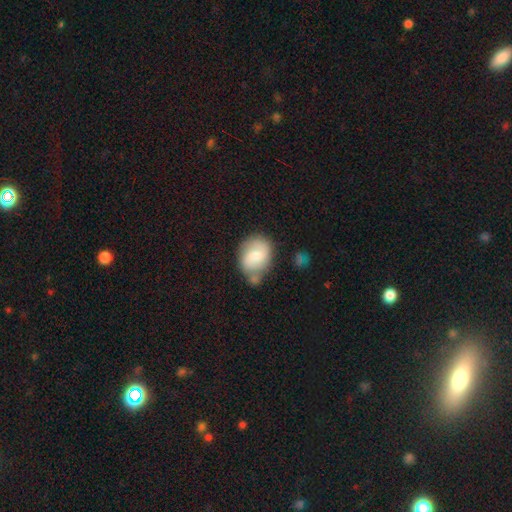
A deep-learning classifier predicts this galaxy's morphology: Smooth or featured? Predicted: smooth (p=0.51). How rounded? Predicted: in between (p=0.55). Merging? Predicted: none (p=0.55).